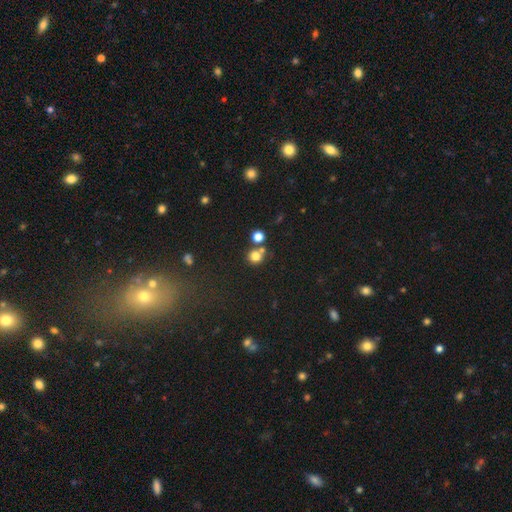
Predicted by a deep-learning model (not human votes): smooth_or_featured: smooth (p=0.76) [alt: star or artifact p=0.16]
how_rounded: round (p=0.86) [alt: in between p=0.13]
merging: none (p=0.59) [alt: merger p=0.29]